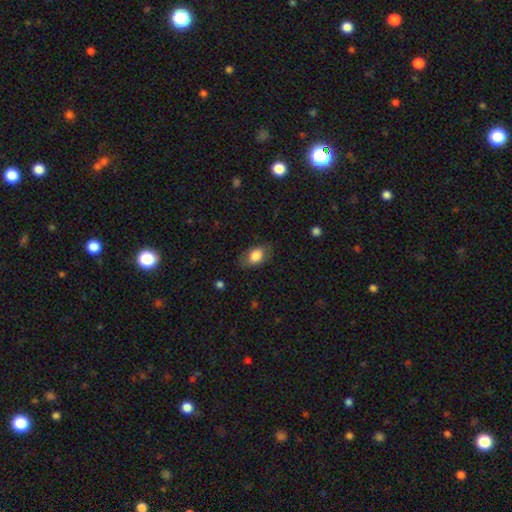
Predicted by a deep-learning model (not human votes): This appears to be a smooth galaxy with no disk features (80%) that is in between round and cigar-shaped (86%). Merging: none (76%).